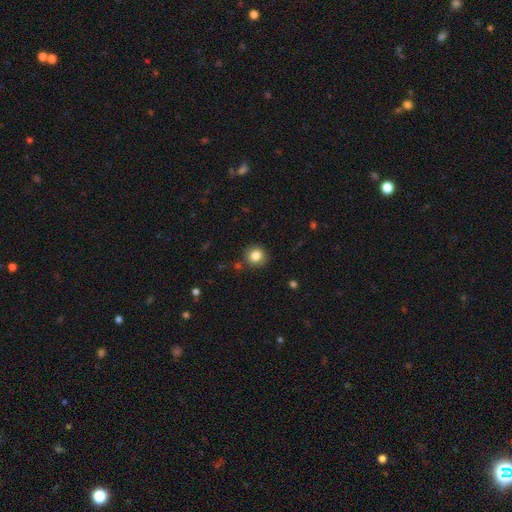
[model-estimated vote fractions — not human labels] This appears to be a smooth galaxy with no disk features (83%) that is round (86%). Merging: none (87%).